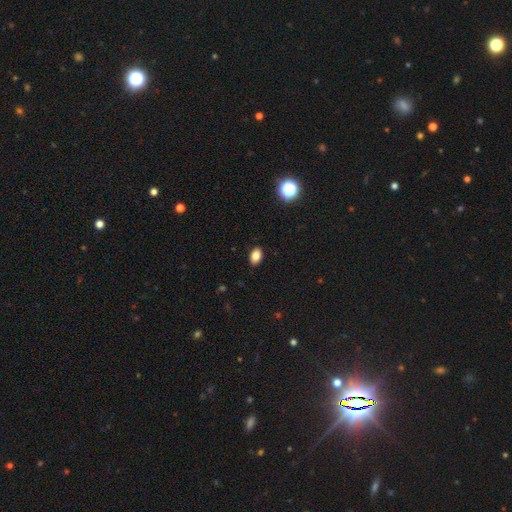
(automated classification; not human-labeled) A smooth galaxy with no disk features (83%) that is in between round and cigar-shaped (85%).

Vote fractions:
- Smooth or featured? smooth: 83% / star or artifact: 11% / featured or disk: 6%
- How rounded? in between: 85% / round: 13% / cigar-shaped: 1%
- Merging? none: 89% / minor disturbance: 8% / major disturbance: 2% / merger: 1%